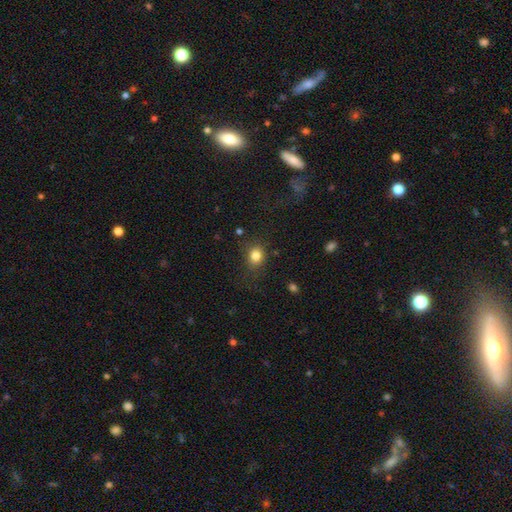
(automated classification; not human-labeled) Q: Smooth or featured?
A: smooth (82%); runner-up: star or artifact (11%)
Q: How rounded?
A: round (63%); runner-up: in between (36%)
Q: Merging?
A: none (79%); runner-up: minor disturbance (14%)